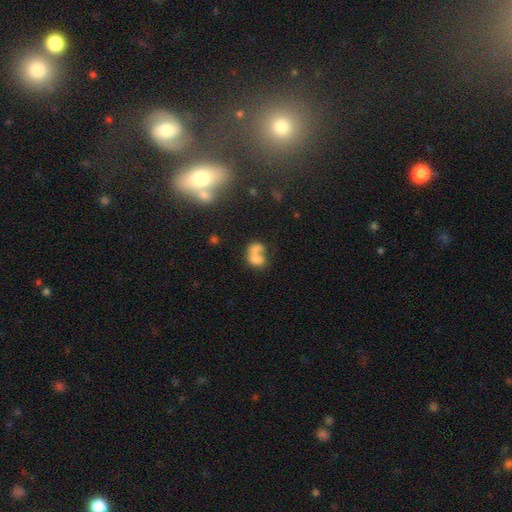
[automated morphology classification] Smooth or featured: smooth — 67% (featured or disk — 22%)
How rounded: in between — 59% (round — 40%)
Merging: merger — 68% (none — 18%)